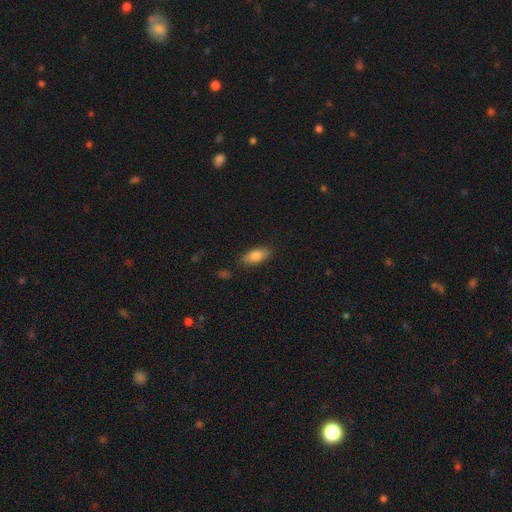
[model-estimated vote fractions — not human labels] Morphology: type=smooth (81%); roundness=in between (85%); merging=none (85%).